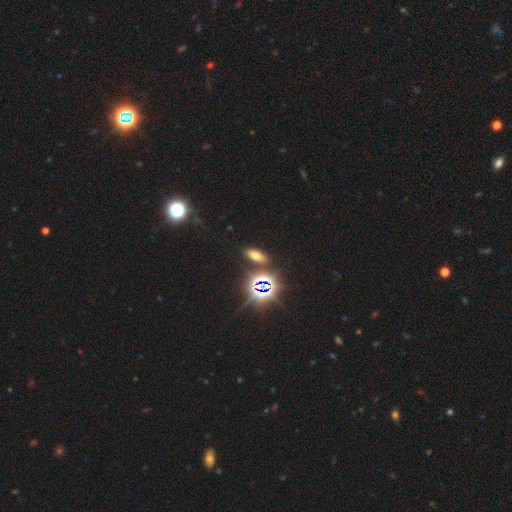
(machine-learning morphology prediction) Smooth or featured: smooth — 44% (star or artifact — 43%)
Merging: none — 83% (minor disturbance — 8%)